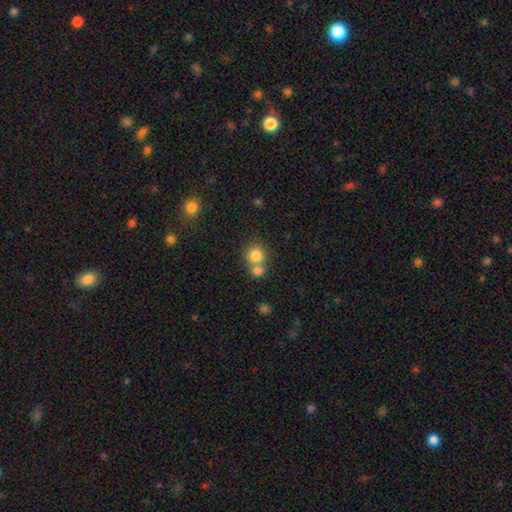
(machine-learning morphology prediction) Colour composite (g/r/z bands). It shows a smooth galaxy with no disk features (80%) that is round (88%). Merging: none (49%).